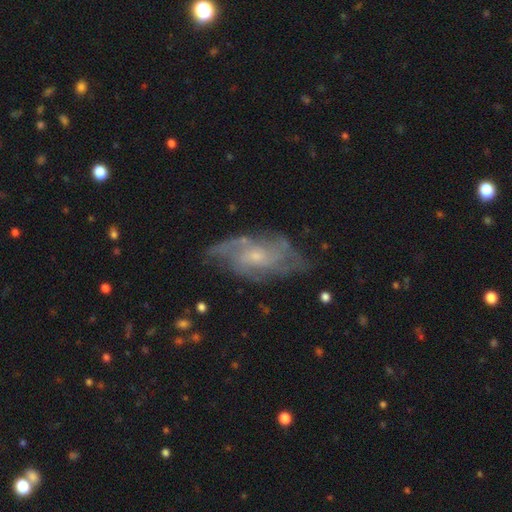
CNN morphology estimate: This is likely a featured or disk galaxy (79%). It is clearly not viewed edge-on (94%). Bar: likely no (67%). Spiral arm pattern: clearly yes (89%). Spiral arm count: marginally can't tell (37%). Spiral winding: marginally medium (44%). Central bulge: likely small (69%). Merging: likely none (63%).